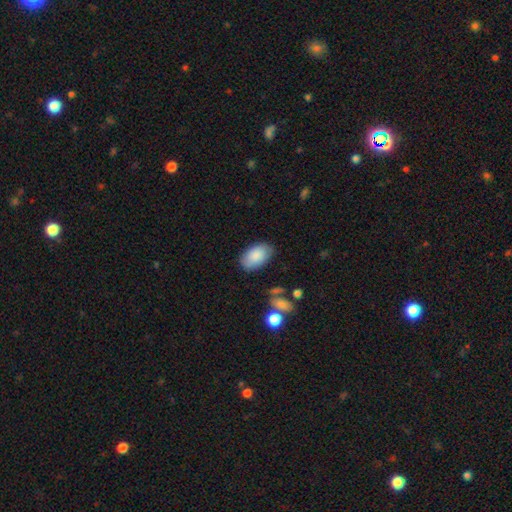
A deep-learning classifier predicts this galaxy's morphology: smooth_or_featured: smooth (p=0.86) [alt: featured or disk p=0.08]
how_rounded: in between (p=0.94) [alt: round p=0.05]
merging: none (p=0.81) [alt: minor disturbance p=0.14]